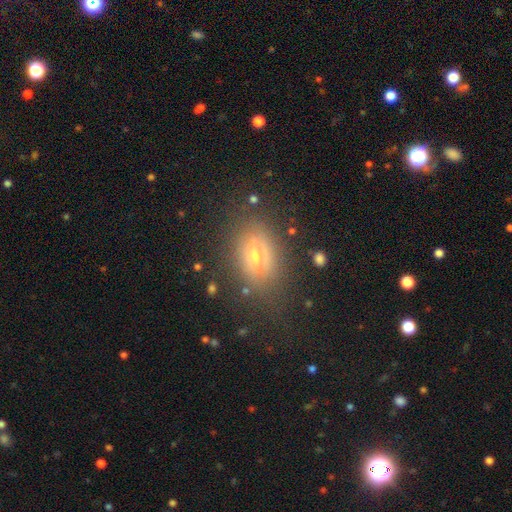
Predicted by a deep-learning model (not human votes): This is possibly a smooth galaxy (48%). Merging: likely none (73%).